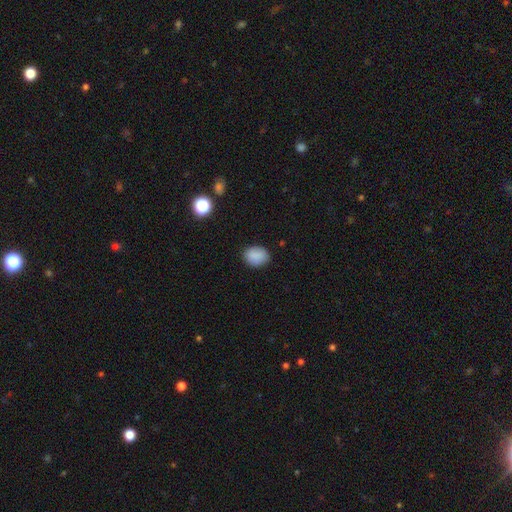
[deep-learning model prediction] smooth-or-featured: smooth: 87% | star or artifact: 9% | featured or disk: 4%
  how-rounded: in between: 55% | round: 44% | cigar-shaped: 1%
  merging: none: 84% | minor disturbance: 12% | major disturbance: 3% | merger: 1%